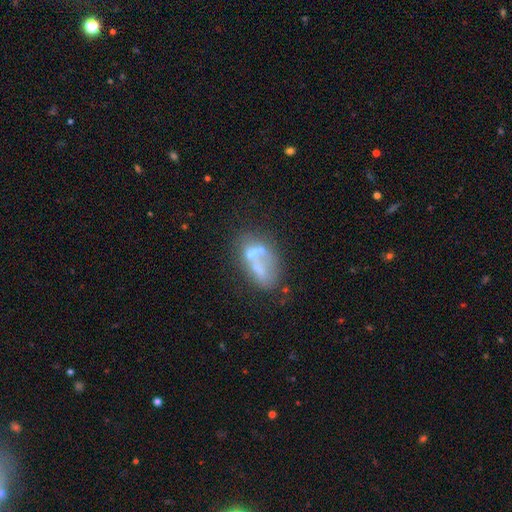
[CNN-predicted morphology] featured or disk 52%, smooth 35%, star or artifact 13%. Down the decision tree: edge-on disk — no (96%); merging — merger (33%).